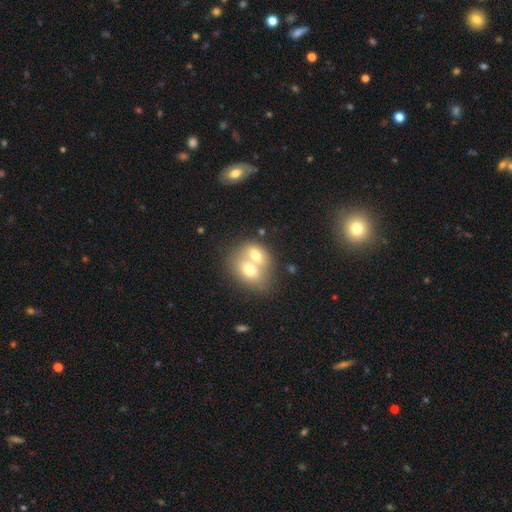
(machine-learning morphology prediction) A smooth galaxy with no disk features (66%) that is in between round and cigar-shaped (66%).

Vote fractions:
- Smooth or featured? smooth: 66% / featured or disk: 25% / star or artifact: 8%
- How rounded? in between: 66% / round: 33% / cigar-shaped: 2%
- Merging? merger: 74% / none: 17% / minor disturbance: 5% / major disturbance: 3%